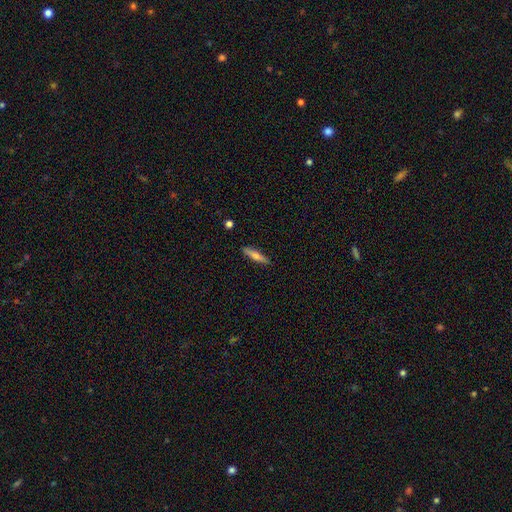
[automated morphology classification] Smooth or featured? smooth (59%)
How rounded? cigar-shaped (85%)
Merging? none (88%)